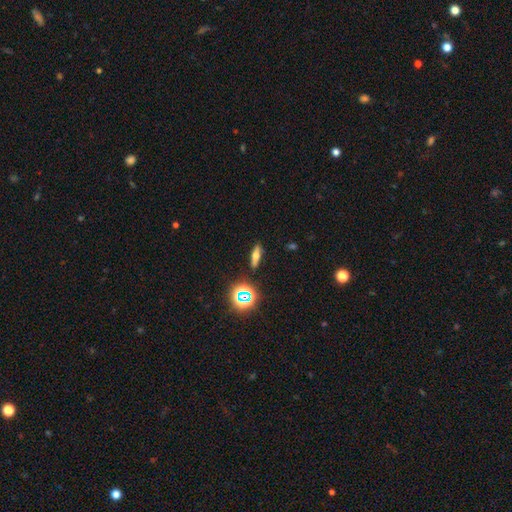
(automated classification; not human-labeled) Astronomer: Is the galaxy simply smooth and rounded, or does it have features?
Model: smooth — 49% (runner-up: featured or disk, 32%).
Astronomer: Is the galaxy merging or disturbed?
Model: none — 86%.